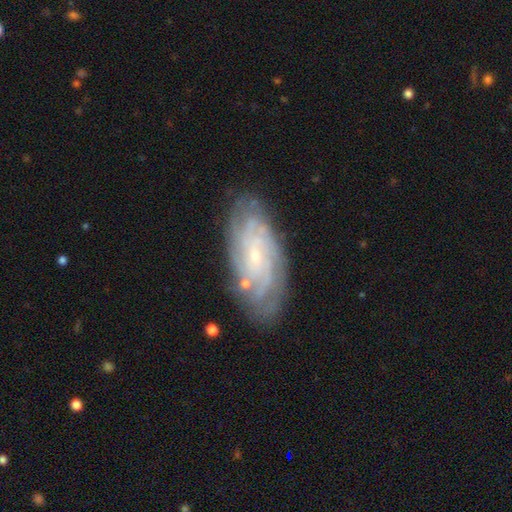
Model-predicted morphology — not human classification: This is likely a featured or disk galaxy (80%). It is clearly not viewed edge-on (93%). Bar: likely no (72%). Spiral arm pattern: clearly yes (94%). Spiral arm count: marginally can't tell (40%). Spiral winding: likely tight (73%). Central bulge: clearly small (80%). Merging: likely none (79%).